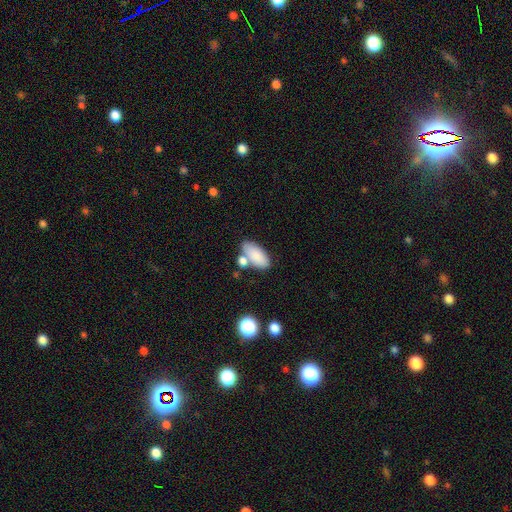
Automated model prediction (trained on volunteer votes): Smooth or featured?
  - smooth: 84% *
  - featured or disk: 9%
  - star or artifact: 7%
How rounded?
  - in between: 91% *
  - cigar-shaped: 6%
  - round: 3%
Merging?
  - none: 59% *
  - merger: 21%
  - minor disturbance: 15%
  - major disturbance: 5%